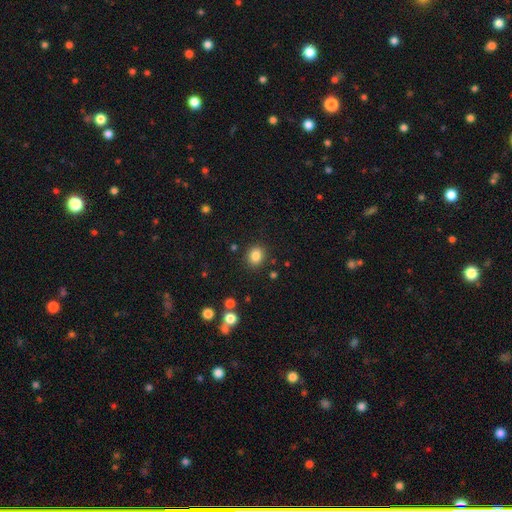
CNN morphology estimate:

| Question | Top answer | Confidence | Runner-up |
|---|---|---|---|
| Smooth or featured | smooth | 84% | star or artifact (11%) |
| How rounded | round | 69% | in between (30%) |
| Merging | none | 88% | minor disturbance (8%) |